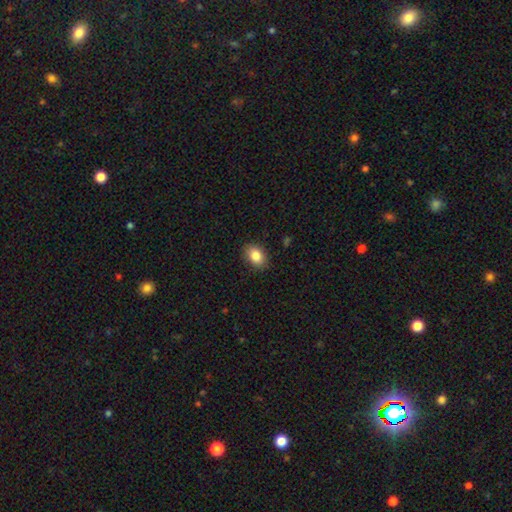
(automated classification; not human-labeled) Smooth or featured? Predicted: smooth (p=0.85). How rounded? Predicted: in between (p=0.76). Merging? Predicted: none (p=0.87).